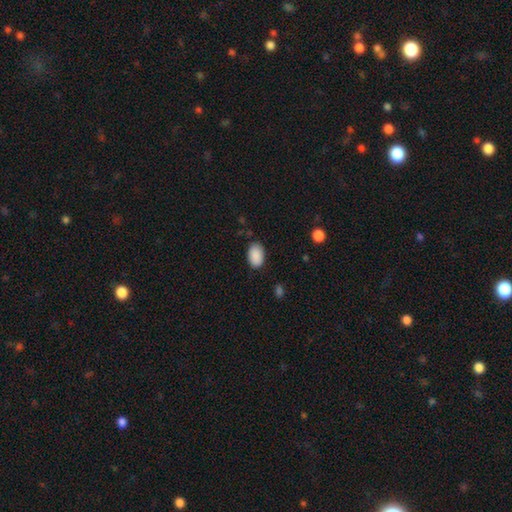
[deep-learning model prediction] Morphology: type=smooth (90%); roundness=in between (89%); merging=none (83%).